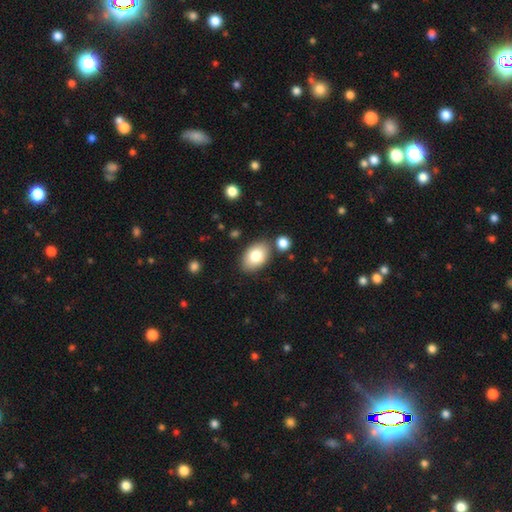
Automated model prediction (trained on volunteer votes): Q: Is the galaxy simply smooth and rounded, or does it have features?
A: smooth — 81%.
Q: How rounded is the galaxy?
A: in between — 90%.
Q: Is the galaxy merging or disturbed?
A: none — 81%.